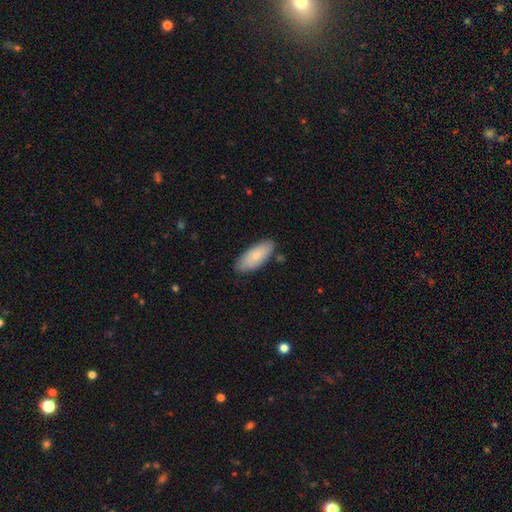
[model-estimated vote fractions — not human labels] Morphology: type=smooth (79%); roundness=in between (82%); merging=none (81%).